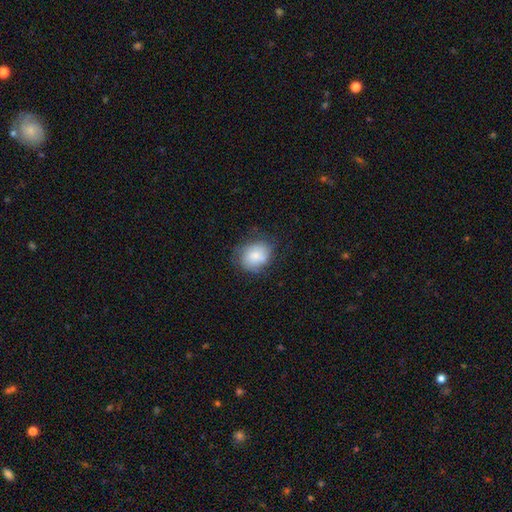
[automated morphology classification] Smooth or featured? smooth (62%)
How rounded? round (57%)
Merging? none (63%)